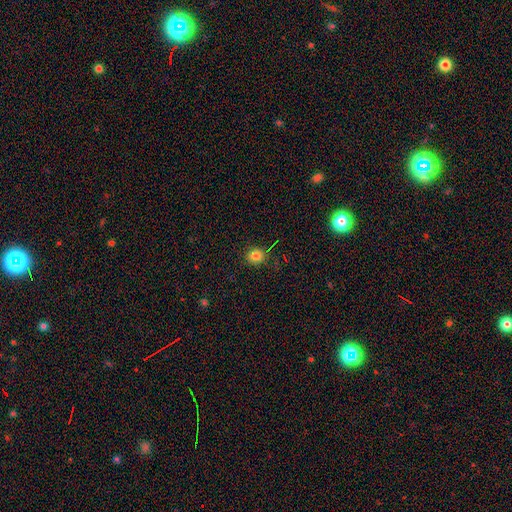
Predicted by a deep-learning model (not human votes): A smooth galaxy with no disk features (81%) that is round (83%).

Vote fractions:
- Smooth or featured? smooth: 81% / star or artifact: 13% / featured or disk: 6%
- How rounded? round: 83% / in between: 16% / cigar-shaped: 1%
- Merging? none: 86% / minor disturbance: 10% / major disturbance: 3% / merger: 2%